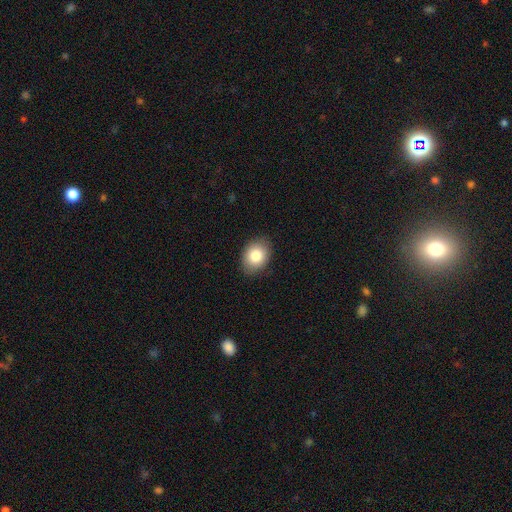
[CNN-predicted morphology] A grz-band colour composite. It shows a smooth galaxy with no disk features (83%) that is in between round and cigar-shaped (65%). Merging: none (87%).